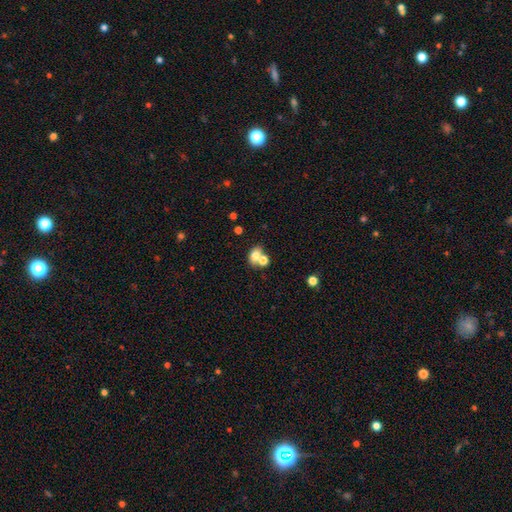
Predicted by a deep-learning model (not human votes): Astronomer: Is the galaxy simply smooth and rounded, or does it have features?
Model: smooth — 72%.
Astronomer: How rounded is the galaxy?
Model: in between — 63%.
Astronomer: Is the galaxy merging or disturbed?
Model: merger — 51% (runner-up: none, 36%).